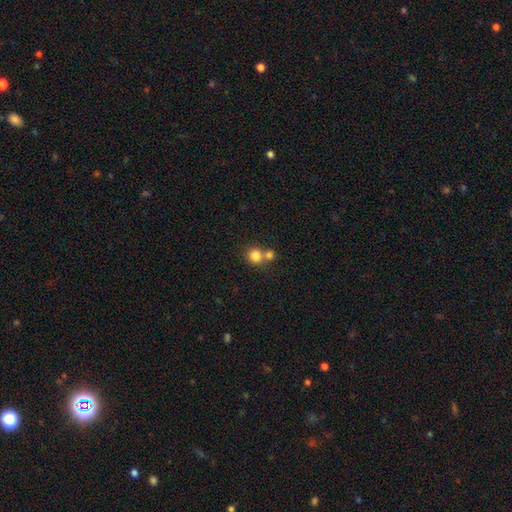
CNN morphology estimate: Smooth or featured?
  - smooth: 82% *
  - star or artifact: 10%
  - featured or disk: 8%
How rounded?
  - round: 87% *
  - in between: 12%
  - cigar-shaped: 1%
Merging?
  - none: 48% *
  - merger: 43%
  - minor disturbance: 6%
  - major disturbance: 3%